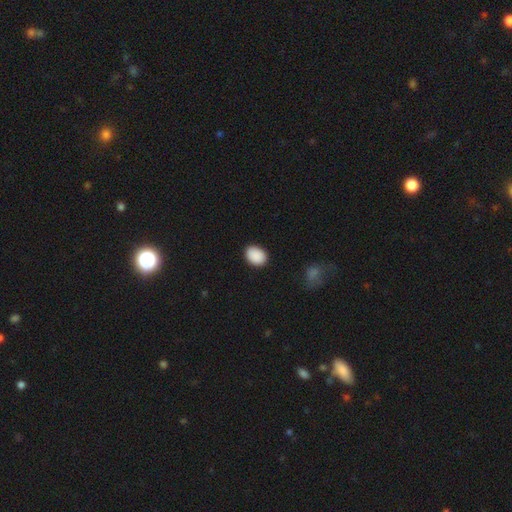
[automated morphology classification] This is clearly a smooth galaxy (90%). How rounded: likely in between (72%). Merging: clearly none (87%).